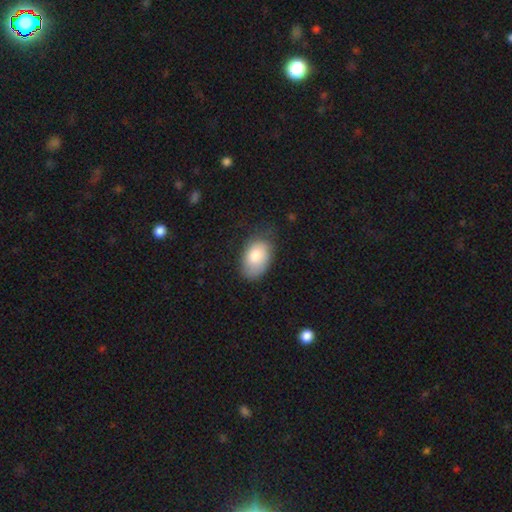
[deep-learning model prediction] Morphology: type=smooth (83%); roundness=in between (90%); merging=none (64%).